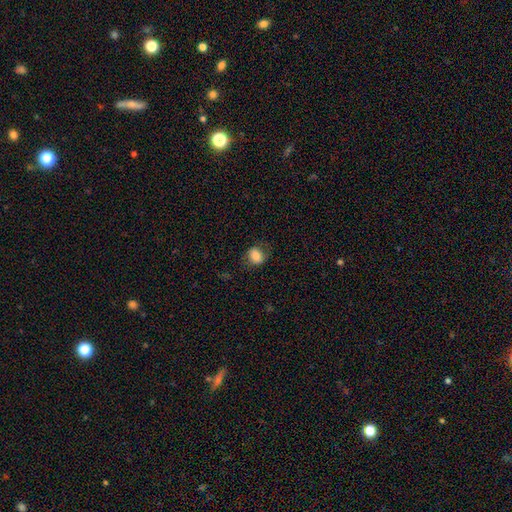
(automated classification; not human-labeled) smooth 79%, featured or disk 12%, star or artifact 9%. Down the decision tree: how rounded — in between (57%); merging — none (72%).